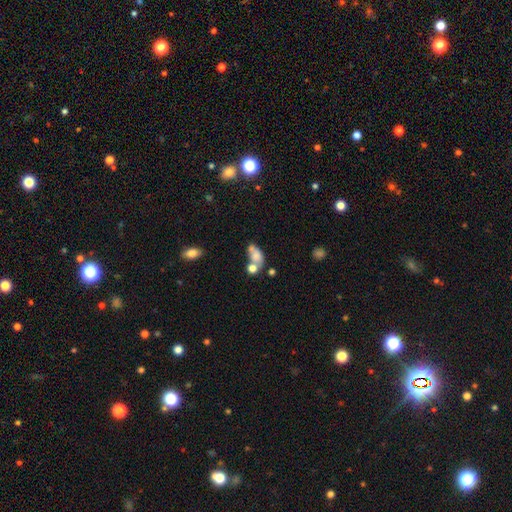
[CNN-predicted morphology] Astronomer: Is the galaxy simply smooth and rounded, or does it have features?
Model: smooth — 64%.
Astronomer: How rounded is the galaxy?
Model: in between — 81%.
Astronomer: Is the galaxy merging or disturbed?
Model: merger — 49%.